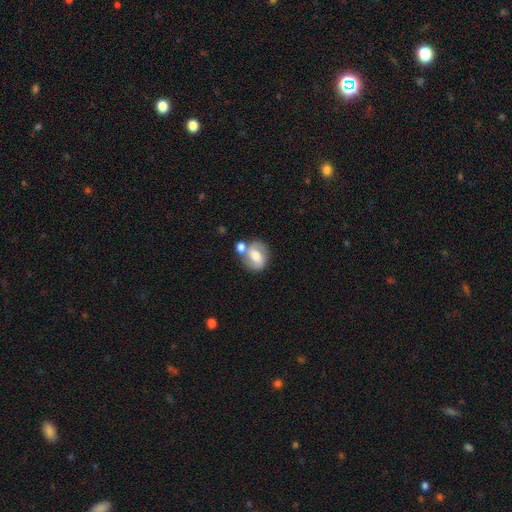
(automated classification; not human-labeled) This is possibly a featured or disk galaxy (50%). Merging: possibly none (51%).